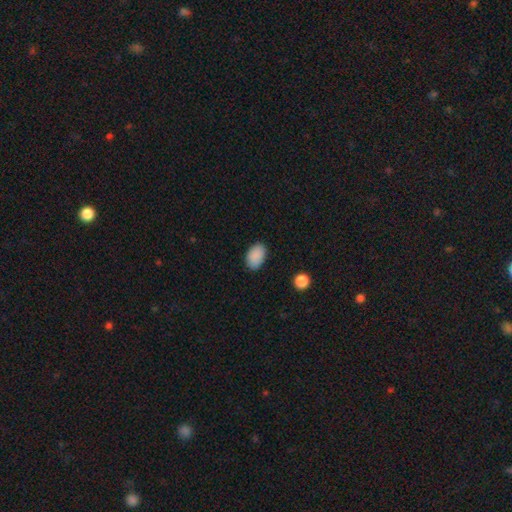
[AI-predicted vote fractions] Q: Smooth or featured?
A: smooth (89%); runner-up: star or artifact (8%)
Q: How rounded?
A: in between (89%); runner-up: round (10%)
Q: Merging?
A: none (83%); runner-up: minor disturbance (13%)